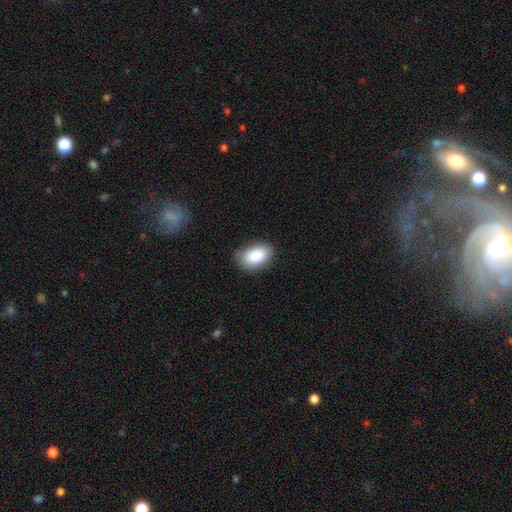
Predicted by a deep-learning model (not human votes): Q: Smooth or featured?
A: smooth (89%); runner-up: star or artifact (7%)
Q: How rounded?
A: in between (92%); runner-up: round (7%)
Q: Merging?
A: none (82%); runner-up: minor disturbance (14%)